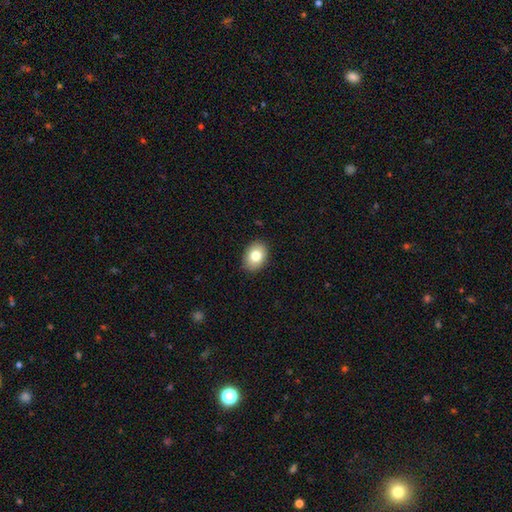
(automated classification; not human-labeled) smooth-or-featured: smooth: 81% | featured or disk: 11% | star or artifact: 8%
  how-rounded: in between: 74% | round: 25% | cigar-shaped: 1%
  merging: none: 88% | minor disturbance: 9% | major disturbance: 2% | merger: 1%